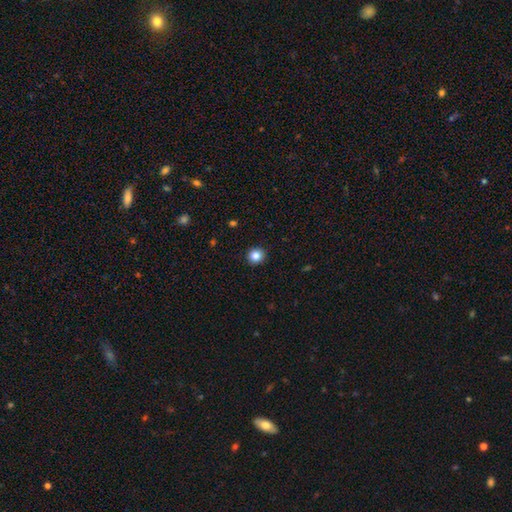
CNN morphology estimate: smooth_or_featured: smooth (p=0.85) [alt: star or artifact p=0.11]
how_rounded: round (p=0.92) [alt: in between p=0.07]
merging: none (p=0.93) [alt: minor disturbance p=0.05]